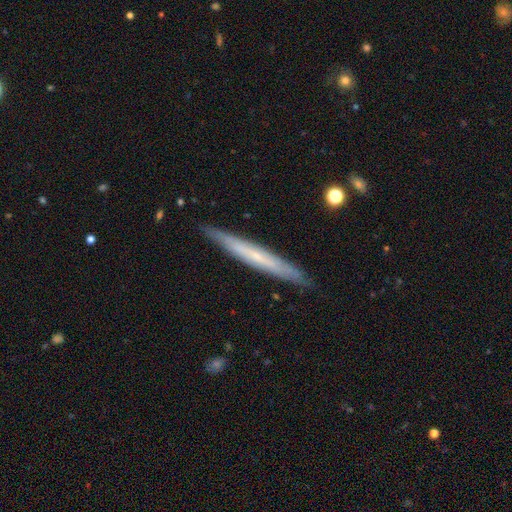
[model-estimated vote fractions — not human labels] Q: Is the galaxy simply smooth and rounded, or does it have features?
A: featured or disk — 54%.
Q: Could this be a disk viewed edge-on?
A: yes — 91%.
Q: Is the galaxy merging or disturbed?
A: none — 89%.